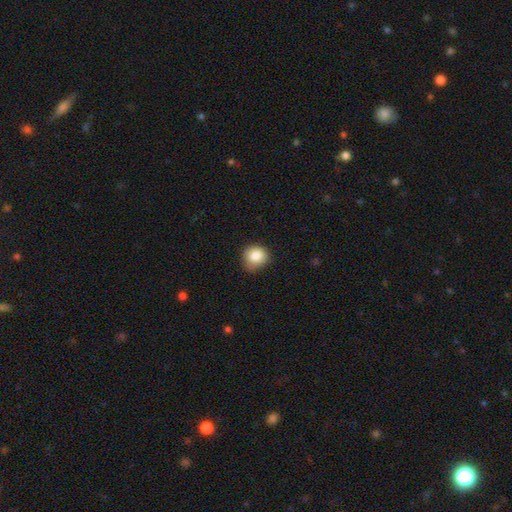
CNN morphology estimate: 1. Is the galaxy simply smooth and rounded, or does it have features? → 84% smooth, 10% star or artifact, 6% featured or disk.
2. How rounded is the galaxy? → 81% round, 18% in between, 1% cigar-shaped.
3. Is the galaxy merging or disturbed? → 68% none, 26% minor disturbance, 5% major disturbance, 2% merger.